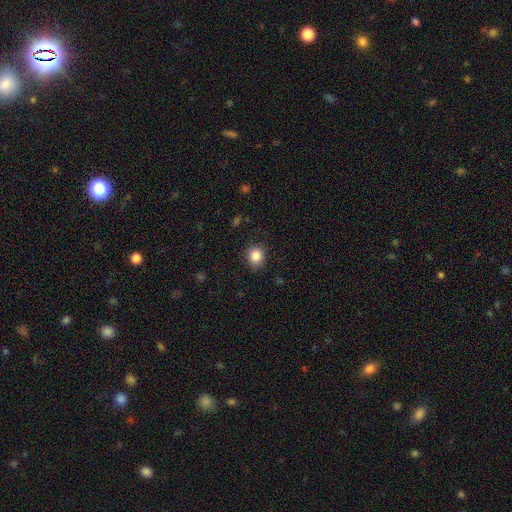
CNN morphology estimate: smooth-or-featured: smooth: 85% | star or artifact: 10% | featured or disk: 4%
  how-rounded: round: 81% | in between: 18% | cigar-shaped: 1%
  merging: none: 86% | minor disturbance: 10% | major disturbance: 3% | merger: 1%